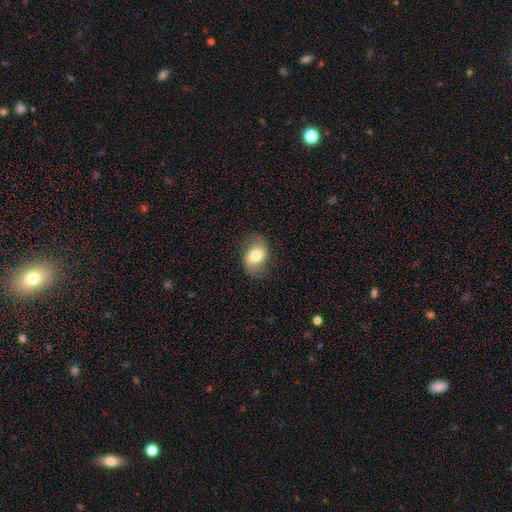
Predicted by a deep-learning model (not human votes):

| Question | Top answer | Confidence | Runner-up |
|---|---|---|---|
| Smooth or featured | smooth | 54% | featured or disk (38%) |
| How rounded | in between | 75% | round (23%) |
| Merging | none | 77% | minor disturbance (17%) |